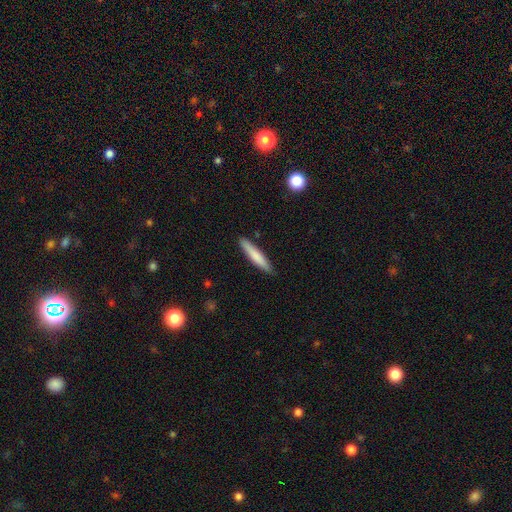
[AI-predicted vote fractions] smooth 77%, featured or disk 18%, star or artifact 5%. Down the decision tree: how rounded — cigar-shaped (91%); merging — none (88%).